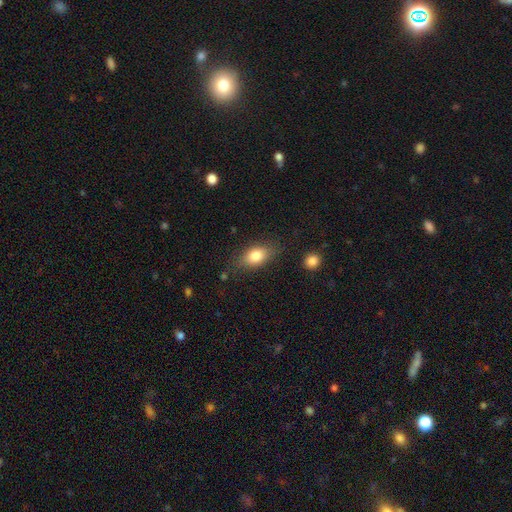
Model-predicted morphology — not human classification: The model was most divided on "merging": none: 77%, minor disturbance: 16%, major disturbance: 5%, merger: 2%. More confident: how rounded — in between (84%); smooth or featured — smooth (81%).